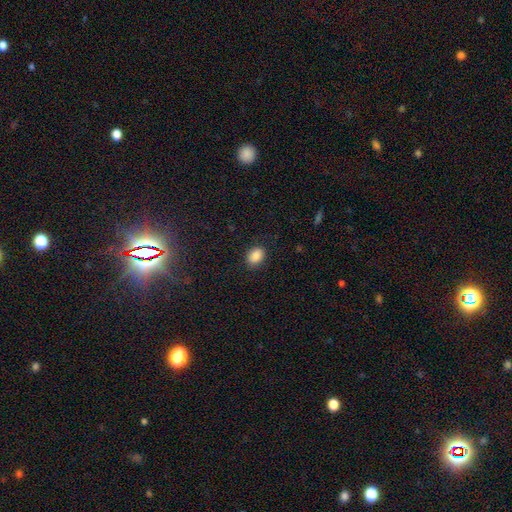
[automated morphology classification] Smooth or featured: smooth — 87% (star or artifact — 9%)
How rounded: in between — 72% (round — 27%)
Merging: none — 85% (minor disturbance — 11%)